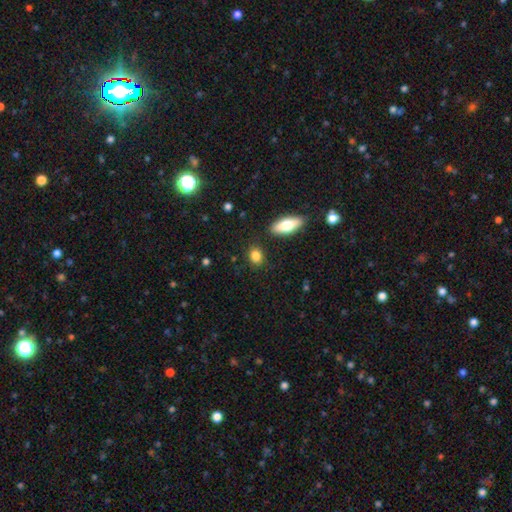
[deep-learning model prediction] Smooth or featured? smooth (84%)
How rounded? in between (62%)
Merging? none (83%)